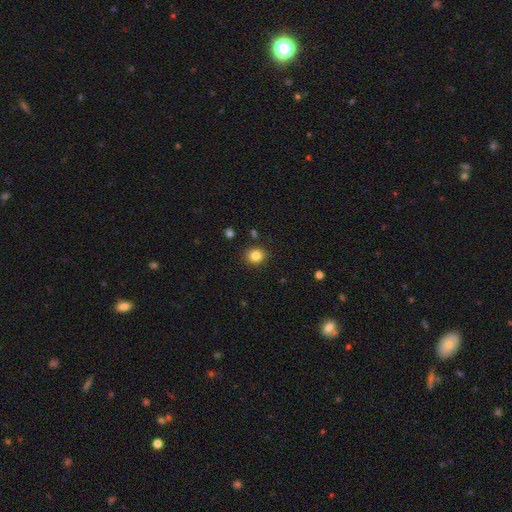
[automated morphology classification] Smooth or featured: smooth — 84% (star or artifact — 11%)
How rounded: round — 78% (in between — 22%)
Merging: none — 87% (minor disturbance — 9%)